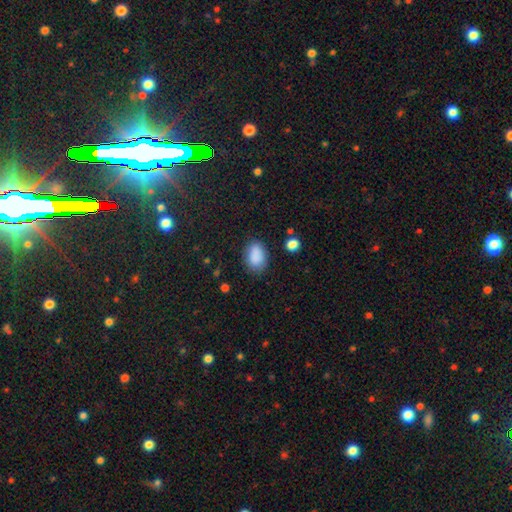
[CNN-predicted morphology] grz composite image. It shows a smooth galaxy with no disk features (87%) that is in between round and cigar-shaped (84%). Merging: none (79%).